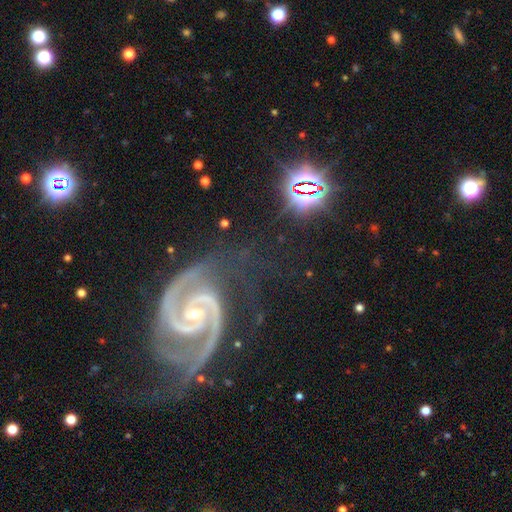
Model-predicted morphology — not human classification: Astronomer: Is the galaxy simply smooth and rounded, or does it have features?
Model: featured or disk — 90%.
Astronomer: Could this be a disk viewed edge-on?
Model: no — 98%.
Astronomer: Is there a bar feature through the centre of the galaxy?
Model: no — 48% (runner-up: weak, 33%).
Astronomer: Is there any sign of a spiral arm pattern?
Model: yes — 99%.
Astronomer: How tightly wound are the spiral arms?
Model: medium — 47% (runner-up: tight, 44%).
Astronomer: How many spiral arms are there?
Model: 2 — 90%.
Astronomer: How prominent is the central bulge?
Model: small — 71%.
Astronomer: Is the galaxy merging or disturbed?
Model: none — 63%.